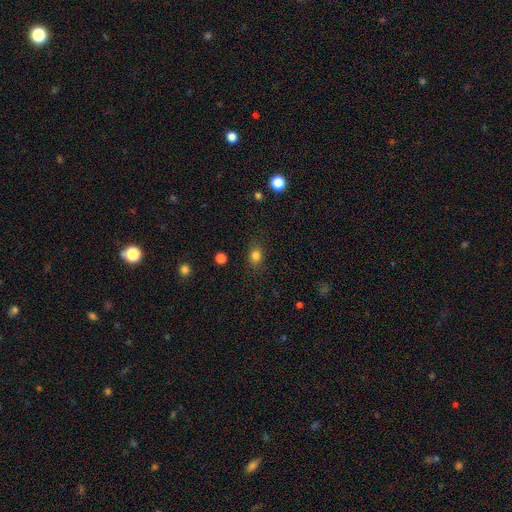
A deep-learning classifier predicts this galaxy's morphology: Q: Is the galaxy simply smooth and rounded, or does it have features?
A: smooth — 82%.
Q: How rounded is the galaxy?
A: round — 51%.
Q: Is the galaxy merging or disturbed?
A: none — 83%.